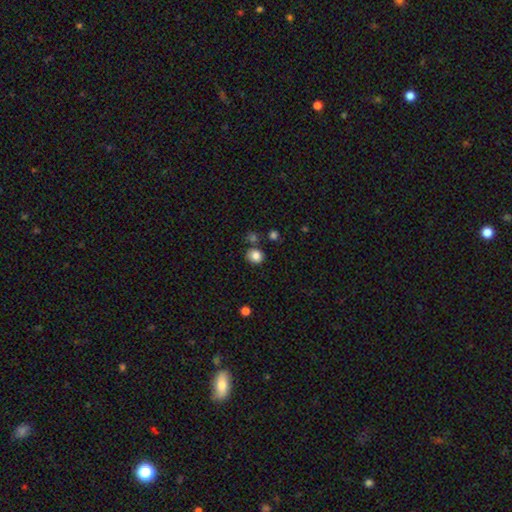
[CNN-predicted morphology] This appears to be a smooth galaxy with no disk features (84%) that is round (80%). Merging: none (76%).